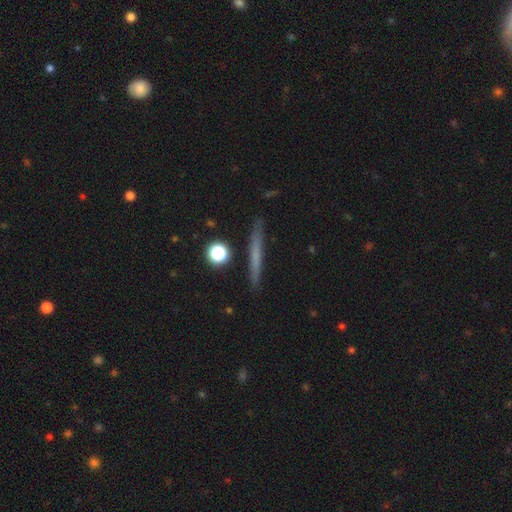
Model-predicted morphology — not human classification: Overall: smooth (53%; featured or disk 39%). How rounded: cigar-shaped (93%). Merging: none (89%).